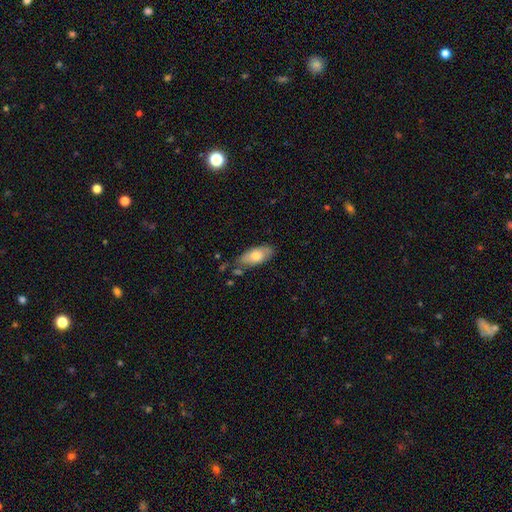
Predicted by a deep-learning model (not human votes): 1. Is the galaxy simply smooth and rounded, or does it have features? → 72% smooth, 22% featured or disk, 6% star or artifact.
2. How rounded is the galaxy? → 87% in between, 10% cigar-shaped, 3% round.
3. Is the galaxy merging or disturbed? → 64% none, 24% minor disturbance, 7% merger, 6% major disturbance.